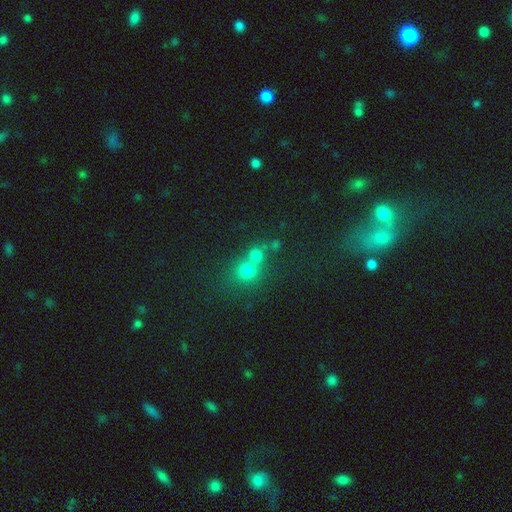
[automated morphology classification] Q: Smooth or featured?
A: smooth (71%); runner-up: star or artifact (19%)
Q: How rounded?
A: round (84%); runner-up: in between (15%)
Q: Merging?
A: merger (49%); runner-up: none (41%)